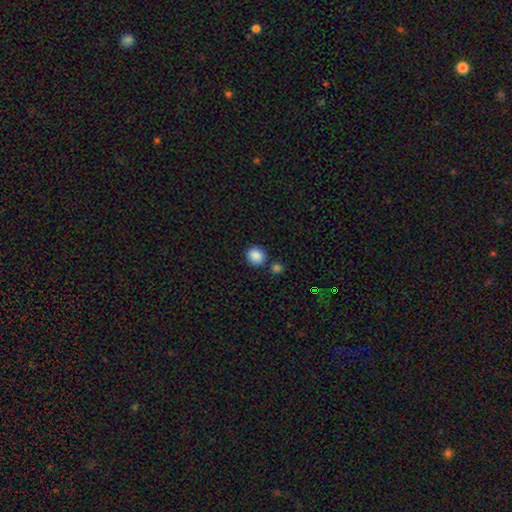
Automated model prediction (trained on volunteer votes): Smooth or featured?
  - smooth: 88% *
  - star or artifact: 9%
  - featured or disk: 4%
How rounded?
  - round: 84% *
  - in between: 15%
  - cigar-shaped: 1%
Merging?
  - none: 82% *
  - merger: 8%
  - minor disturbance: 8%
  - major disturbance: 2%